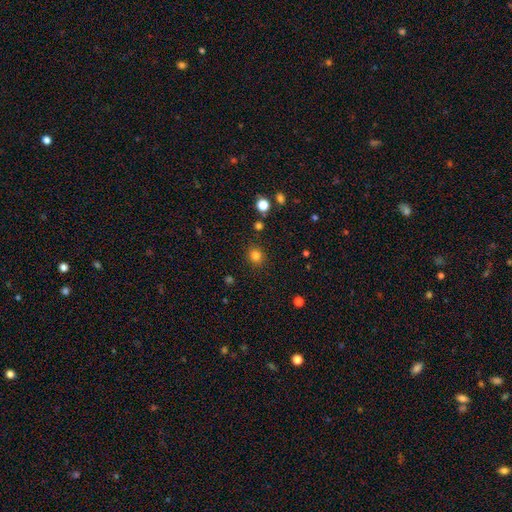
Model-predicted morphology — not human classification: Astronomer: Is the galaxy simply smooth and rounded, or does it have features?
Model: smooth — 81%.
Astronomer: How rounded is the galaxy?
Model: round — 82%.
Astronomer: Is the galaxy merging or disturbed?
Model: none — 88%.